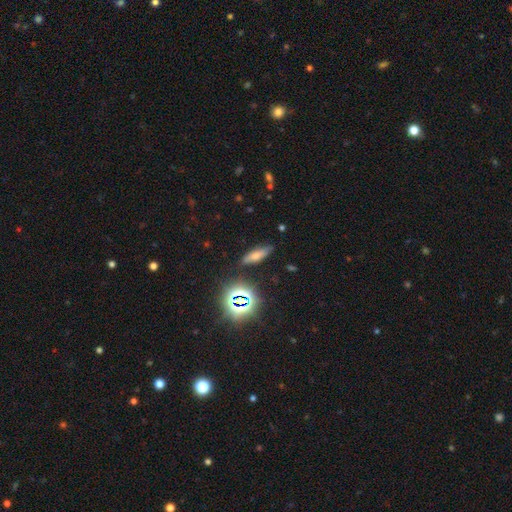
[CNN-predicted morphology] The model was most divided on "how rounded" (2-way tie): cigar-shaped: 47%, in between: 47%, round: 6%. More confident: merging — none (80%); smooth or featured — smooth (58%).